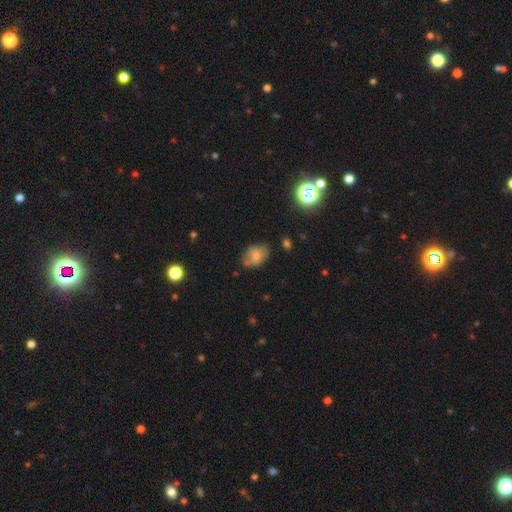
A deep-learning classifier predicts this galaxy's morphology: type=smooth (73%); roundness=in between (76%); merging=none (61%).